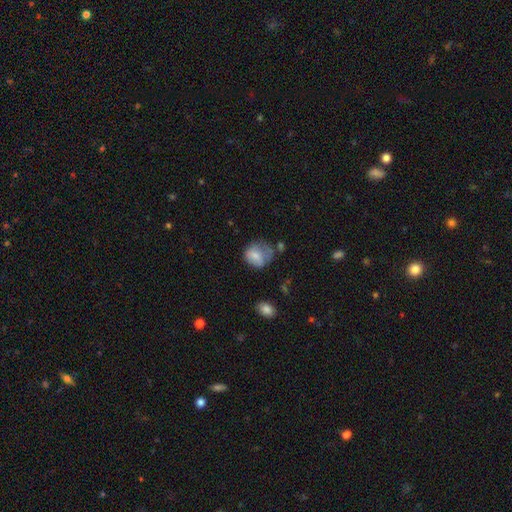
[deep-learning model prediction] Overall: smooth (72%). How rounded: round (64%; in between 35%). Merging: none (43%; minor disturbance 32%).